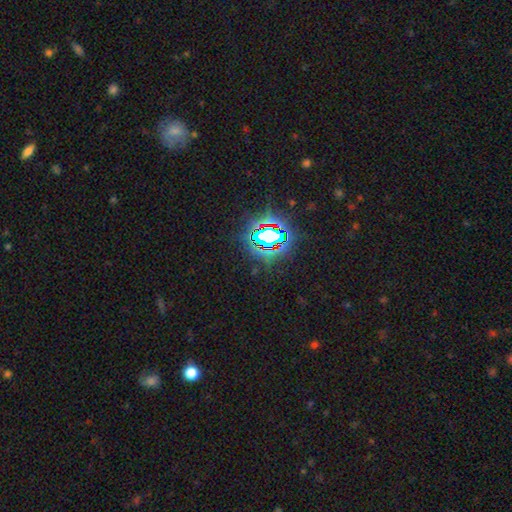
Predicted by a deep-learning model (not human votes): Morphology: type=star or artifact (81%).